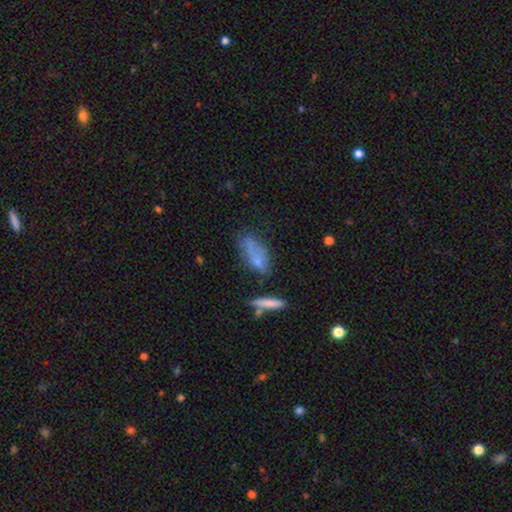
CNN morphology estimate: type=smooth (64%); roundness=in between (73%); merging=none (44%).